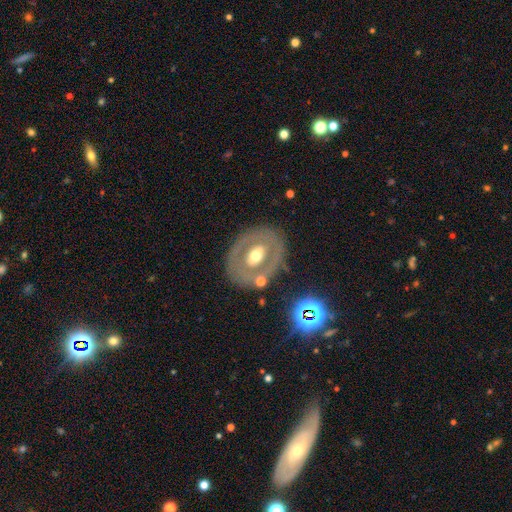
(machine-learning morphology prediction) The model was most divided on "smooth or featured": featured or disk: 60%, smooth: 33%, star or artifact: 7%. More confident: edge-on disk — no (92%); spiral arms — no (86%); merging — none (74%); bulge size — moderate (70%); bar — no (53%).